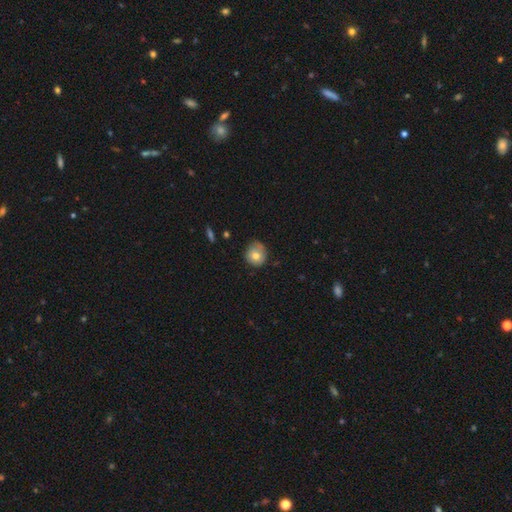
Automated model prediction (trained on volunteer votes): smooth_or_featured: smooth (p=0.72) [alt: featured or disk p=0.18]
how_rounded: round (p=0.85) [alt: in between p=0.14]
merging: none (p=0.62) [alt: minor disturbance p=0.30]